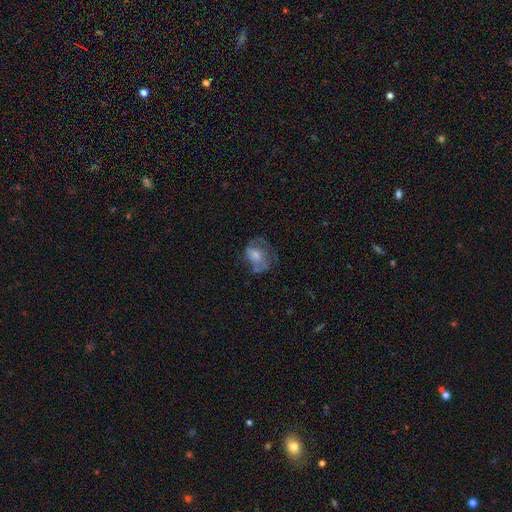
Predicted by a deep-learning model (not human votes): Smooth or featured? Predicted: smooth (p=0.47). Merging? Predicted: none (p=0.36).